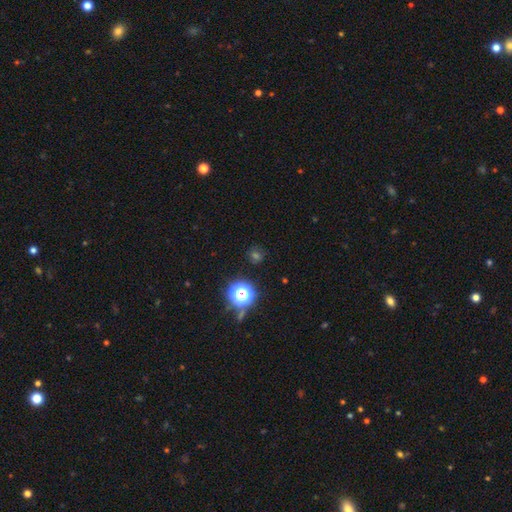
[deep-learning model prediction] Smooth or featured?
  - smooth: 49% *
  - star or artifact: 44%
  - featured or disk: 7%
Merging?
  - none: 84% *
  - minor disturbance: 9%
  - major disturbance: 4%
  - merger: 3%